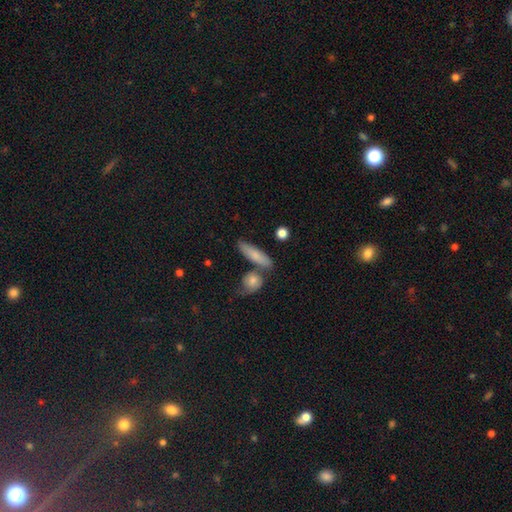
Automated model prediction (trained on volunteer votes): A smooth galaxy with no disk features (74%) that is cigar-shaped (62%).

Vote fractions:
- Smooth or featured? smooth: 74% / featured or disk: 20% / star or artifact: 6%
- How rounded? cigar-shaped: 62% / in between: 33% / round: 5%
- Merging? none: 66% / merger: 16% / minor disturbance: 14% / major disturbance: 4%